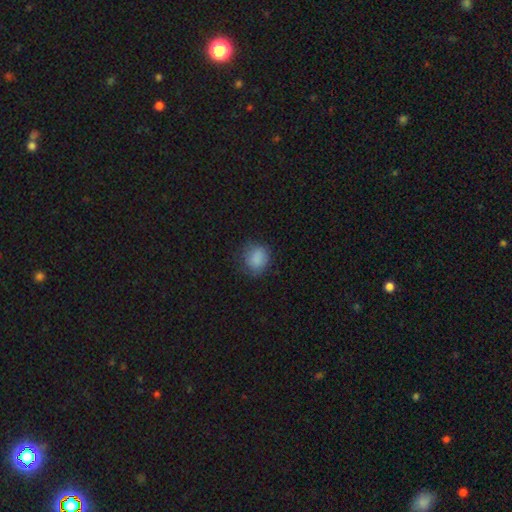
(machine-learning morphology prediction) This appears to be a smooth galaxy with no disk features (85%) that is round (69%). Merging: none (76%).